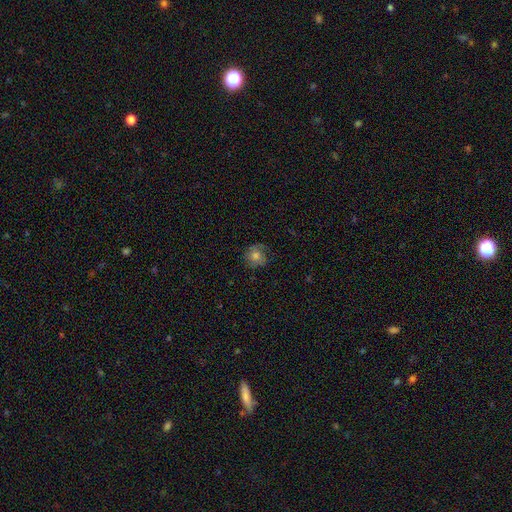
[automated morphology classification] Smooth or featured?
  - smooth: 63% *
  - featured or disk: 24%
  - star or artifact: 13%
How rounded?
  - round: 83% *
  - in between: 16%
  - cigar-shaped: 1%
Merging?
  - none: 69% *
  - minor disturbance: 21%
  - major disturbance: 9%
  - merger: 1%